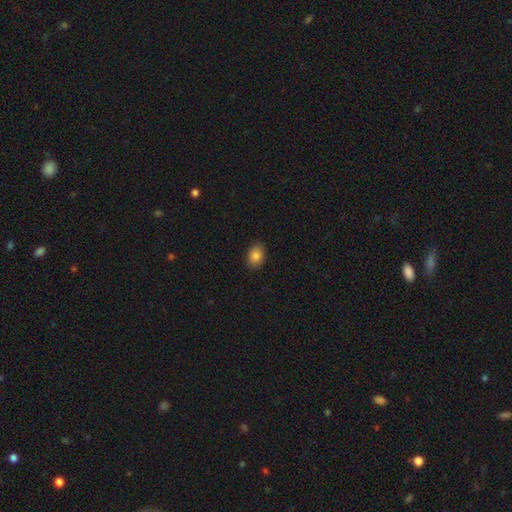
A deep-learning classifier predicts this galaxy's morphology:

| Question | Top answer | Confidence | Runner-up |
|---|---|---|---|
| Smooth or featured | smooth | 85% | star or artifact (9%) |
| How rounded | in between | 76% | round (23%) |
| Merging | none | 89% | minor disturbance (8%) |